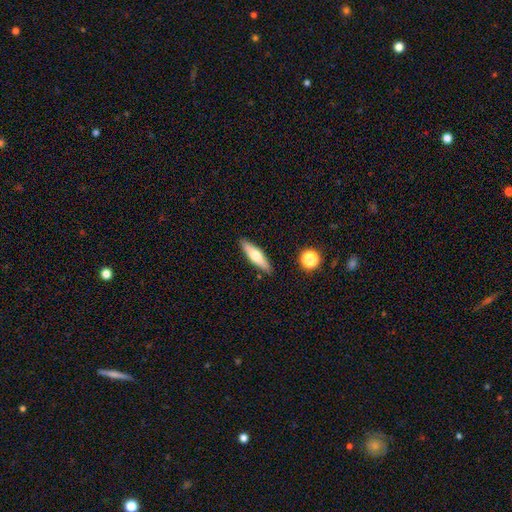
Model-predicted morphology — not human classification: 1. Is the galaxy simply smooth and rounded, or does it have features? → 55% smooth, 38% featured or disk, 6% star or artifact.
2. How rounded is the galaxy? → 68% cigar-shaped, 30% in between, 2% round.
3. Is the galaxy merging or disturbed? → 88% none, 8% minor disturbance, 2% merger, 2% major disturbance.